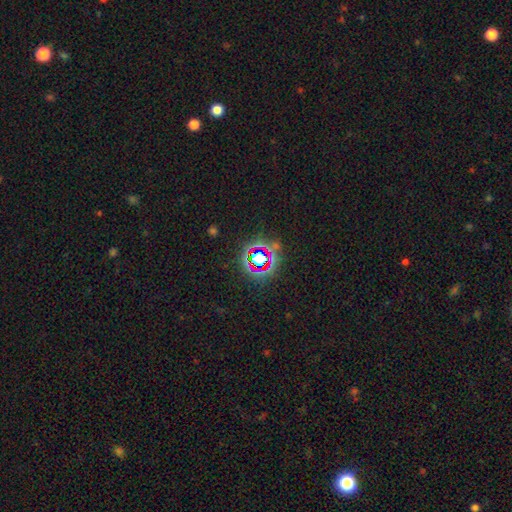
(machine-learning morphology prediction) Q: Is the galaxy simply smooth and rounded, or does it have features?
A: star or artifact — 76%.